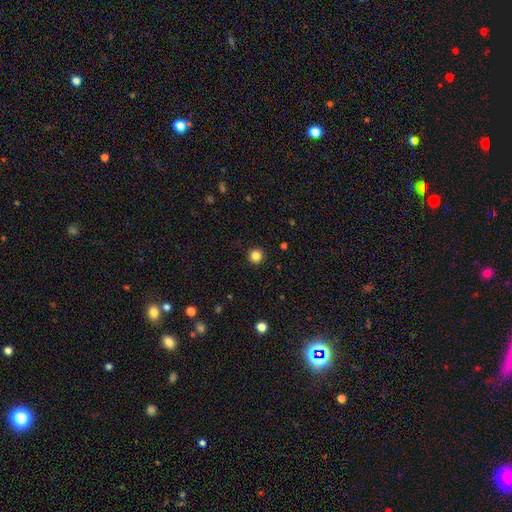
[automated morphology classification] type=smooth (85%); roundness=round (96%); merging=none (93%).